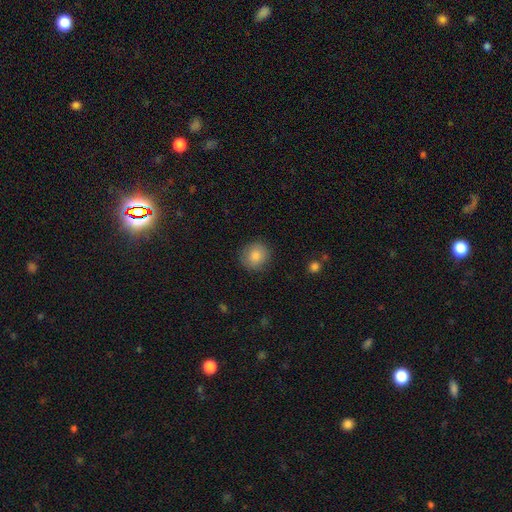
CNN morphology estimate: smooth-or-featured: smooth: 85% | star or artifact: 8% | featured or disk: 7%
  how-rounded: round: 87% | in between: 12% | cigar-shaped: 1%
  merging: none: 87% | minor disturbance: 10% | major disturbance: 3% | merger: 1%